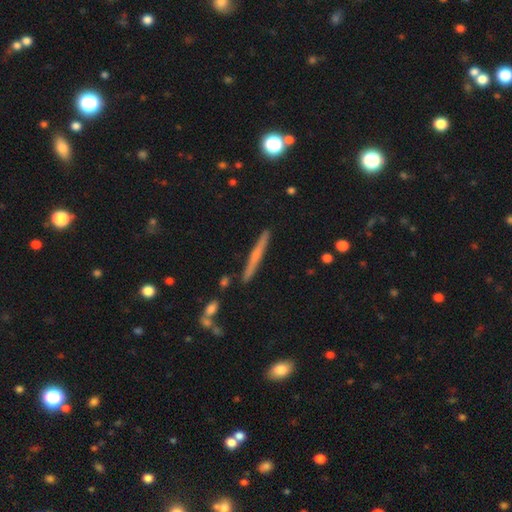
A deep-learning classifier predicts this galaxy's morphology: The model was most divided on "edge-on bulge": none: 47%, rounded: 46%, boxy: 6%. More confident: edge-on disk — yes (97%); merging — none (89%); smooth or featured — featured or disk (56%).